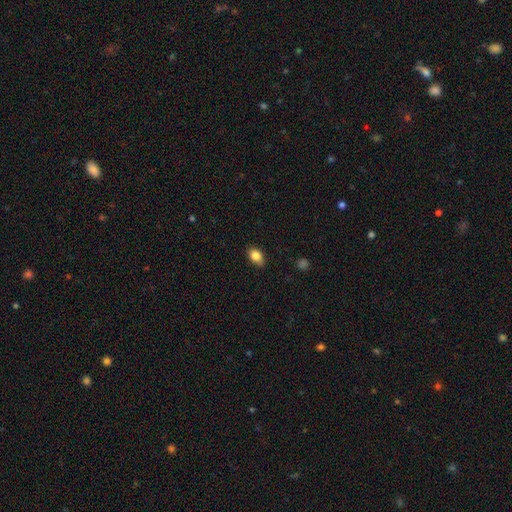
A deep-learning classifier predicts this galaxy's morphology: This appears to be a smooth galaxy with no disk features (85%) that is in between round and cigar-shaped (82%). Merging: none (82%).